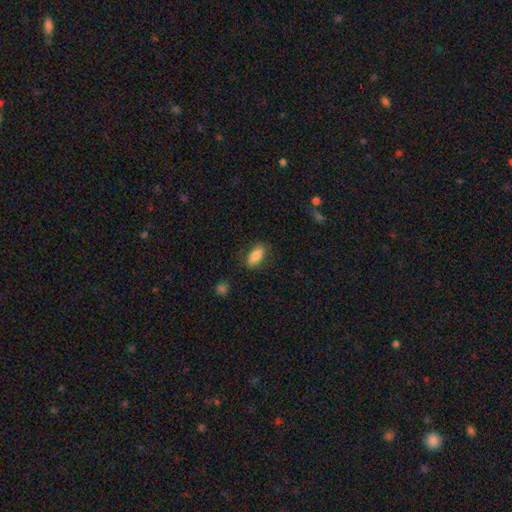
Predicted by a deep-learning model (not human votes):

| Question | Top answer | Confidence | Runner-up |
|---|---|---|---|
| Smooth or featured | smooth | 81% | featured or disk (11%) |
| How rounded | in between | 87% | cigar-shaped (9%) |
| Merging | none | 82% | minor disturbance (13%) |